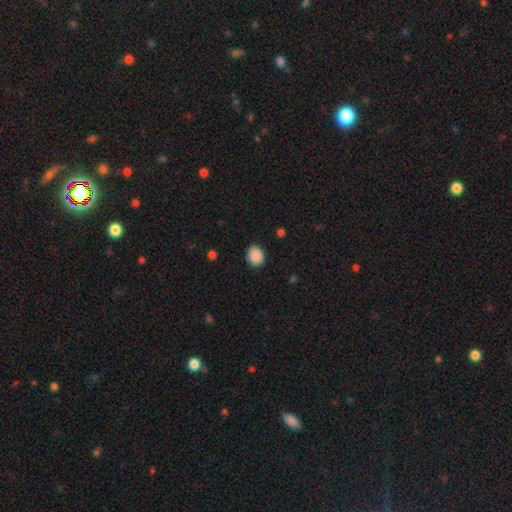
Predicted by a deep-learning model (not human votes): smooth 89%, star or artifact 8%, featured or disk 3%. Down the decision tree: how rounded — in between (50%); merging — none (85%).